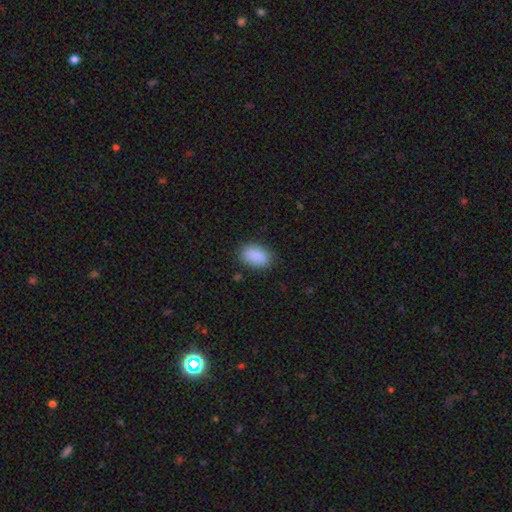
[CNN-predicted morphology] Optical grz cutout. It shows a smooth galaxy with no disk features (89%) that is in between round and cigar-shaped (89%). Merging: none (82%).